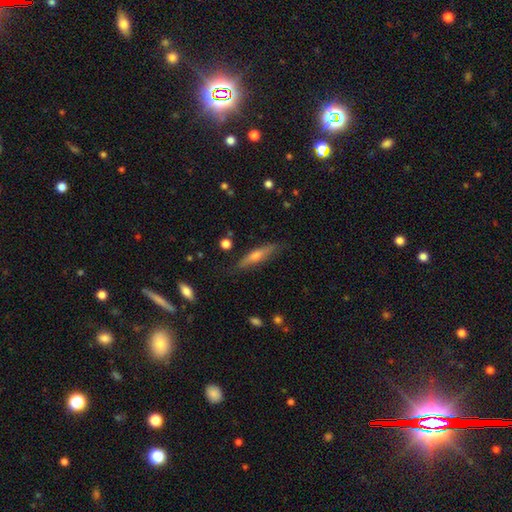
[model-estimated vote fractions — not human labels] A featured or disk galaxy (55%) viewed edge-on (92%) with a rounded central bulge (83%).

Vote fractions:
- Smooth or featured? featured or disk: 55% / smooth: 37% / star or artifact: 7%
- Edge-on disk? yes: 92% / no: 8%
- Edge-on bulge? rounded: 83% / none: 11% / boxy: 6%
- Merging? none: 82% / minor disturbance: 14% / major disturbance: 3% / merger: 2%